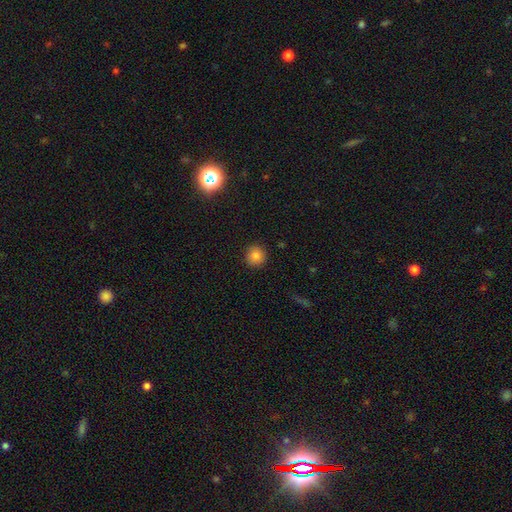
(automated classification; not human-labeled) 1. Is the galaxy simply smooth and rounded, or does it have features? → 82% smooth, 12% star or artifact, 6% featured or disk.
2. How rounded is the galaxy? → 93% round, 6% in between, 1% cigar-shaped.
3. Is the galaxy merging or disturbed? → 91% none, 6% minor disturbance, 2% major disturbance, 1% merger.